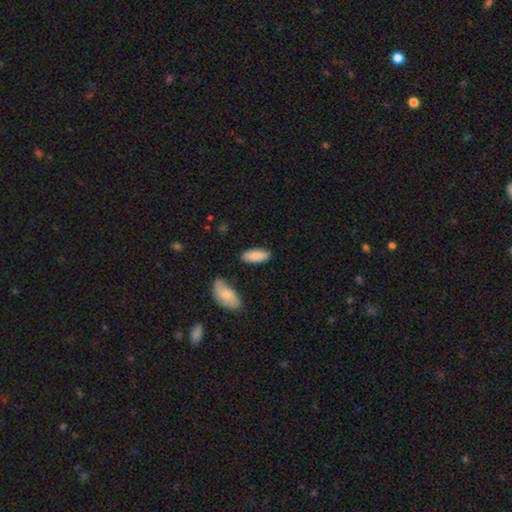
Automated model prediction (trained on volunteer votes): Q: Smooth or featured?
A: smooth (86%); runner-up: featured or disk (8%)
Q: How rounded?
A: in between (84%); runner-up: cigar-shaped (14%)
Q: Merging?
A: none (79%); runner-up: minor disturbance (13%)